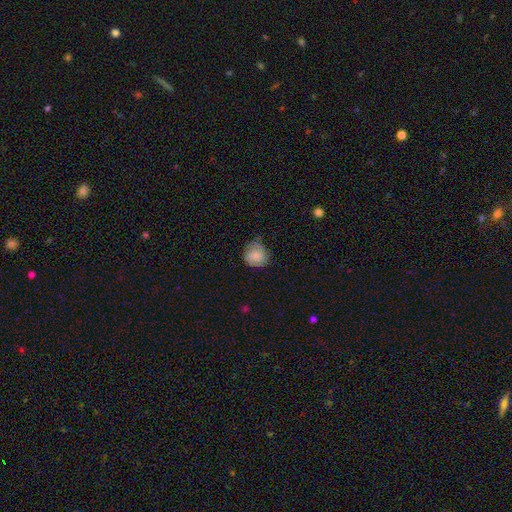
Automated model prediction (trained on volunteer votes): A smooth galaxy with no disk features (58%) that is round (85%). Merging: none (73%).